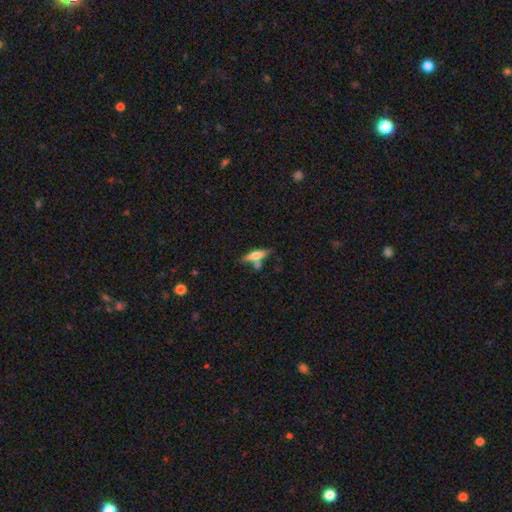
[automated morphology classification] smooth_or_featured: smooth (p=0.58) [alt: featured or disk p=0.34]
how_rounded: cigar-shaped (p=0.60) [alt: in between p=0.38]
merging: none (p=0.58) [alt: merger p=0.20]